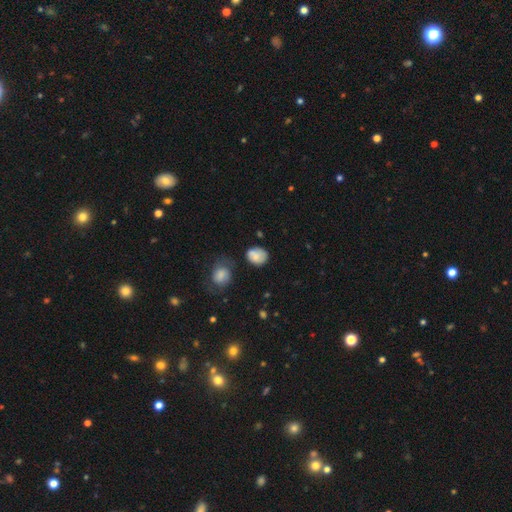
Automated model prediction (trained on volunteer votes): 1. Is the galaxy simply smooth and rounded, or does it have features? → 78% smooth, 13% featured or disk, 9% star or artifact.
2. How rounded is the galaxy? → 57% round, 42% in between, 1% cigar-shaped.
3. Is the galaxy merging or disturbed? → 57% none, 27% minor disturbance, 8% major disturbance, 7% merger.